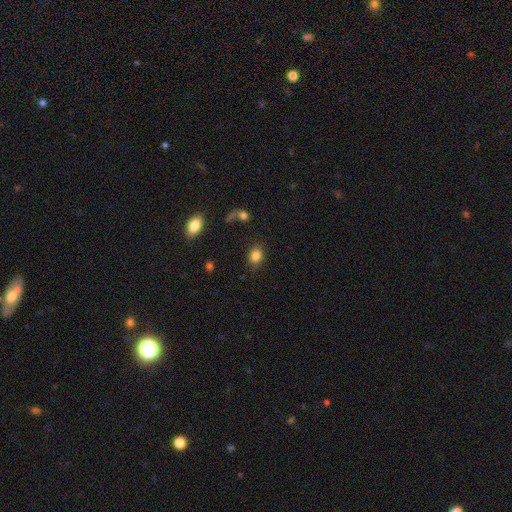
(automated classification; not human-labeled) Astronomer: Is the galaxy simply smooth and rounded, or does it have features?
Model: smooth — 84%.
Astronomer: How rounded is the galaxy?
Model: in between — 52% (runner-up: round, 47%).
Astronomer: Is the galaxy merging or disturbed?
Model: none — 84%.